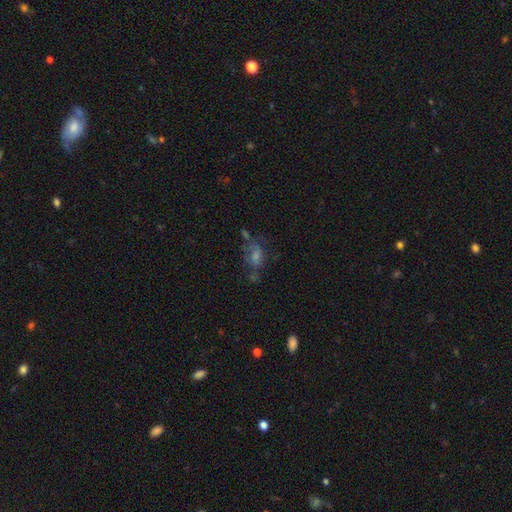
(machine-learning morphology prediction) This appears to be a featured or disk galaxy (38%). Merging: none (52%).